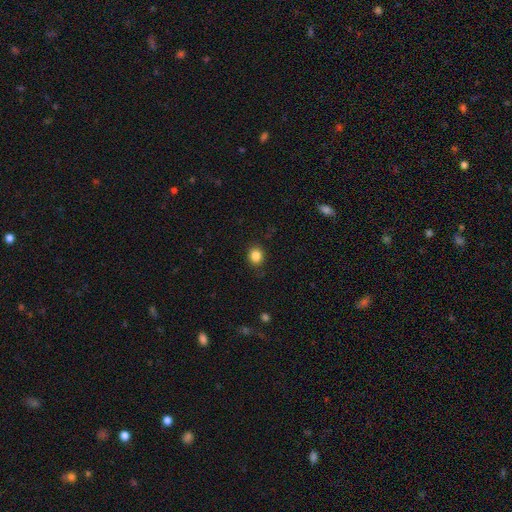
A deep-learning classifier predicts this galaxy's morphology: A smooth galaxy with no disk features (85%) that is round (65%). Merging: none (87%).